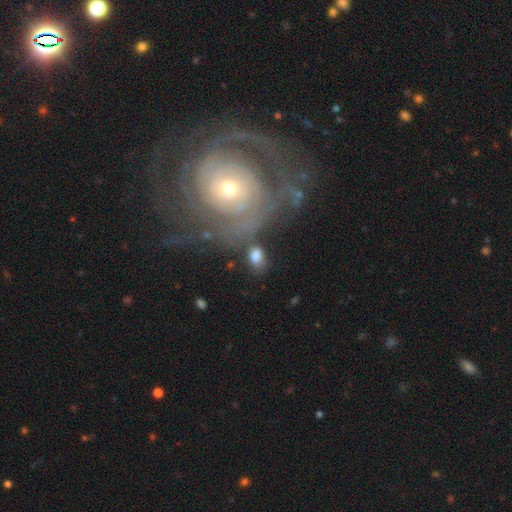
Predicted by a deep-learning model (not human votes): smooth 77%, featured or disk 15%, star or artifact 8%. Down the decision tree: how rounded — in between (79%); merging — none (65%).